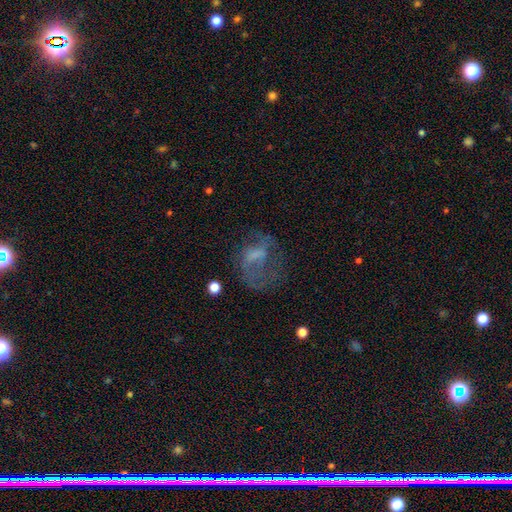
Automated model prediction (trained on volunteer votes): Smooth or featured: featured or disk — 50% (smooth — 35%)
Merging: major disturbance — 40% (none — 38%)